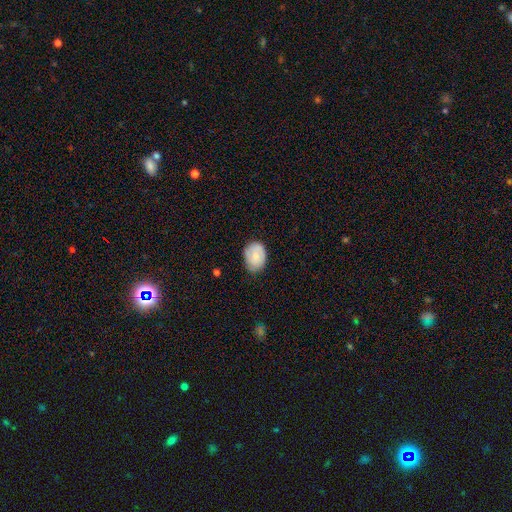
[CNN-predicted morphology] This is likely a smooth galaxy (75%). How rounded: likely in between (66%). Merging: likely none (69%).